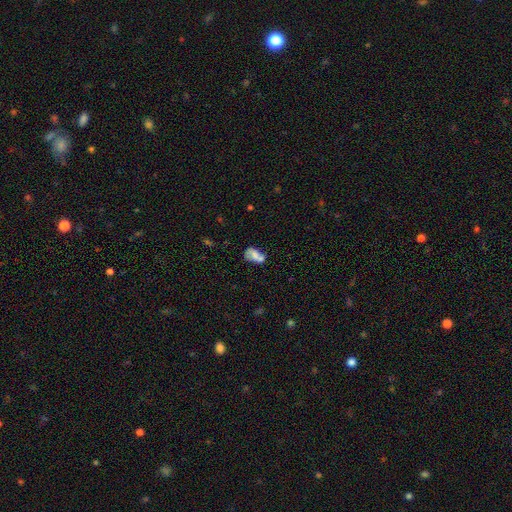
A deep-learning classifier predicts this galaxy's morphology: A smooth galaxy with no disk features (46%).

Vote fractions:
- Smooth or featured? smooth: 46% / featured or disk: 44% / star or artifact: 10%
- Merging? merger: 34% / none: 32% / minor disturbance: 20% / major disturbance: 15%